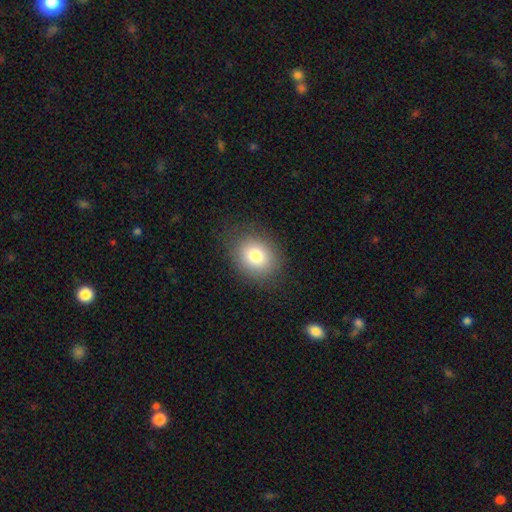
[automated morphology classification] This is likely a smooth galaxy (79%). How rounded: possibly round (59%). Merging: clearly none (83%).